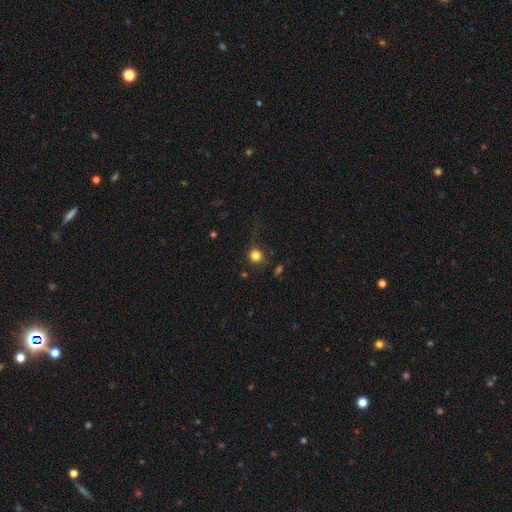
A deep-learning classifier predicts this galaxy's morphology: A smooth galaxy with no disk features (81%) that is round (91%). Merging: none (79%).